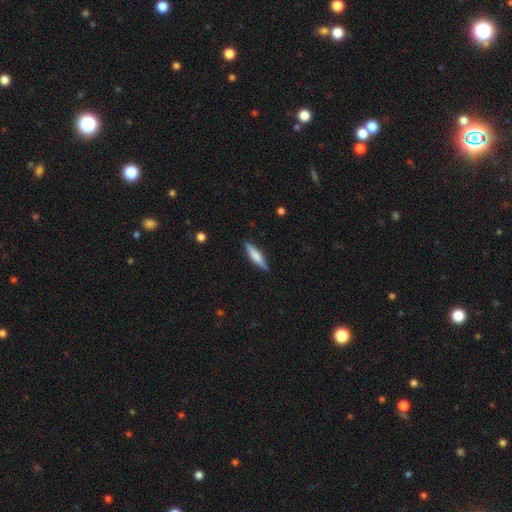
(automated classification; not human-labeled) Smooth or featured: smooth — 66% (featured or disk — 28%)
How rounded: cigar-shaped — 79% (in between — 19%)
Merging: none — 88% (minor disturbance — 9%)